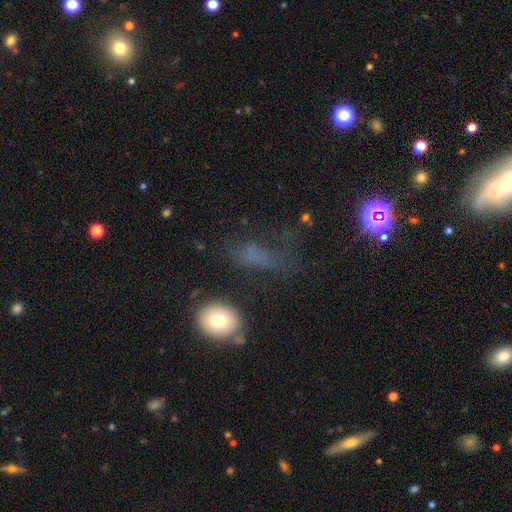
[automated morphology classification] The model was most divided on "merging": none: 38%, major disturbance: 37%, minor disturbance: 20%, merger: 5%. More confident: how rounded — in between (64%); smooth or featured — smooth (53%).